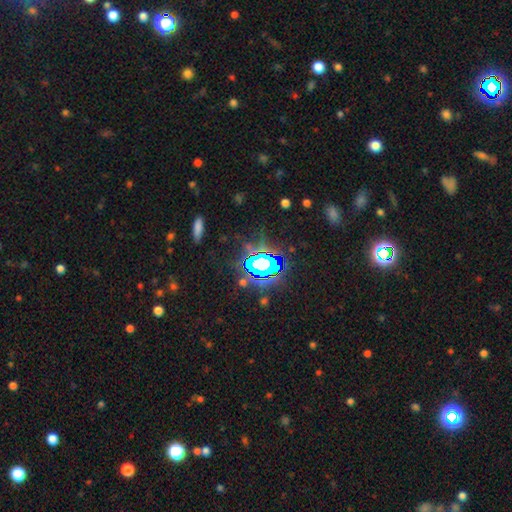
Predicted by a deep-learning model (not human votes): Overall: star or artifact (71%).